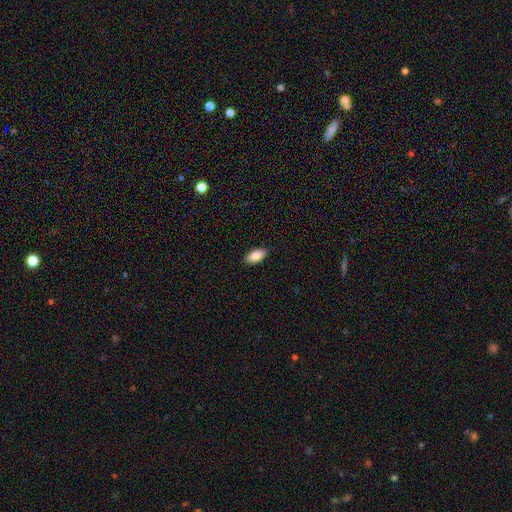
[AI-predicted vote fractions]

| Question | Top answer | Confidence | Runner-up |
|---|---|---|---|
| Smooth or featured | smooth | 88% | star or artifact (7%) |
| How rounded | in between | 91% | cigar-shaped (6%) |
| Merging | none | 89% | minor disturbance (9%) |